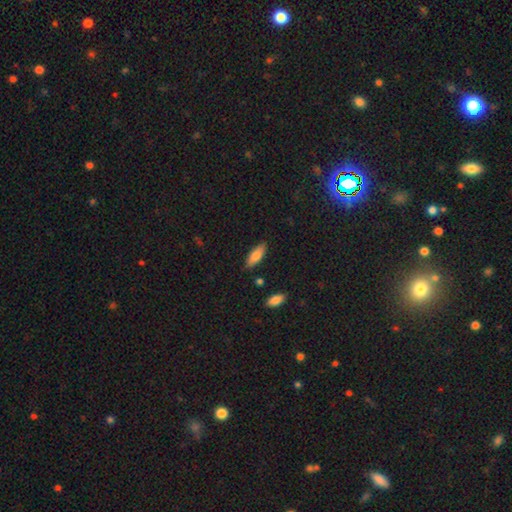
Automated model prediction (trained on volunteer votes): A smooth galaxy with no disk features (78%) that is in between round and cigar-shaped (67%). Merging: none (84%).